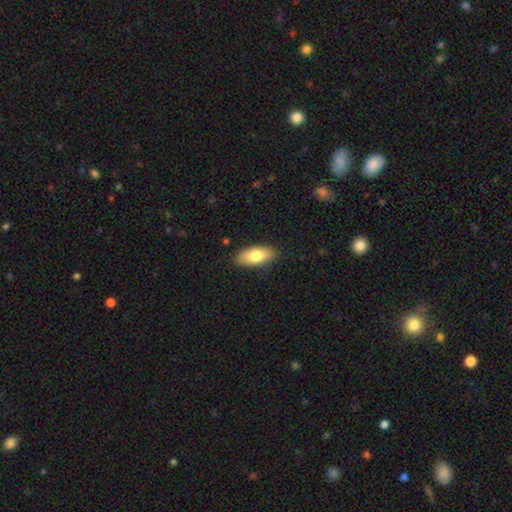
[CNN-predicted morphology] smooth-or-featured: smooth: 78% | featured or disk: 16% | star or artifact: 6%
  how-rounded: in between: 86% | cigar-shaped: 11% | round: 3%
  merging: none: 87% | minor disturbance: 9% | major disturbance: 2% | merger: 1%